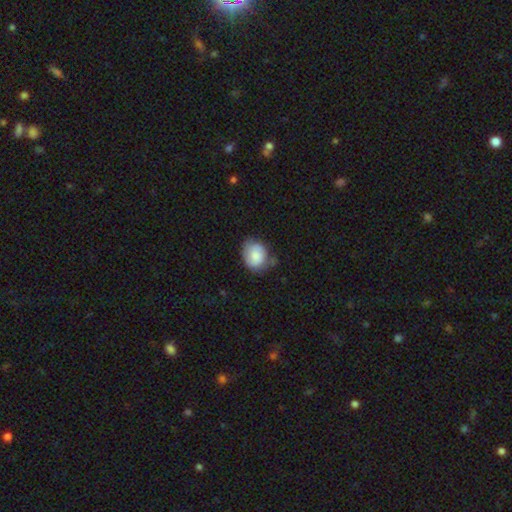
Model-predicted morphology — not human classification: Overall: smooth (78%). How rounded: in between (51%; round 48%). Merging: none (60%; minor disturbance 30%).